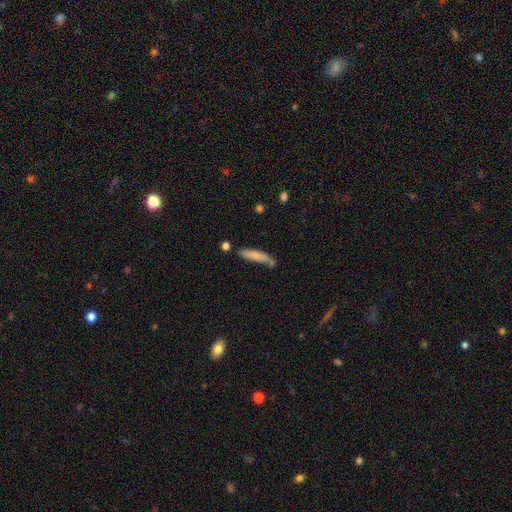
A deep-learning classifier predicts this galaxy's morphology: This is likely a smooth galaxy (77%). How rounded: clearly cigar-shaped (82%). Merging: likely none (67%).